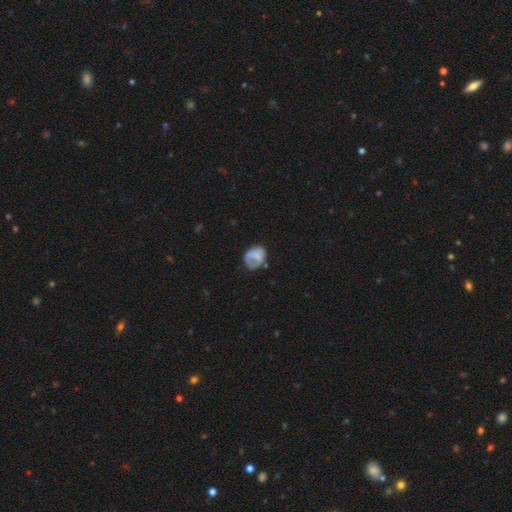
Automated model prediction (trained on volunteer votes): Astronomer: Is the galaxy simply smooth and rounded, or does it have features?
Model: smooth — 66%.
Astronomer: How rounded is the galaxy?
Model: in between — 52% (runner-up: round, 47%).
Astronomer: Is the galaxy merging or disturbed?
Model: none — 42% (runner-up: minor disturbance, 31%).